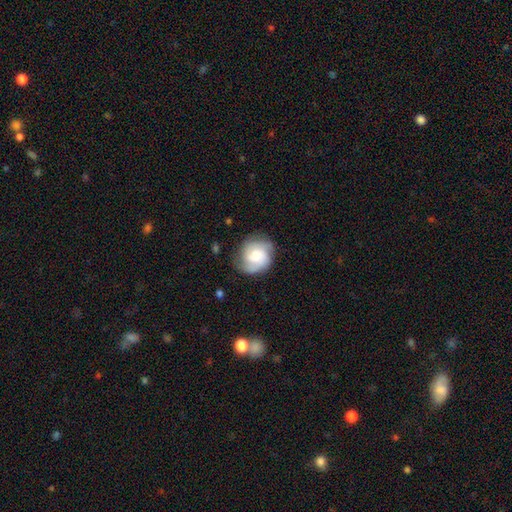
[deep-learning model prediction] This appears to be a featured or disk galaxy (62%) with no bar (68%), 2 (38%) tight (46%) spiral arms (92%) and a moderate central bulge (55%). Merging: none (73%).